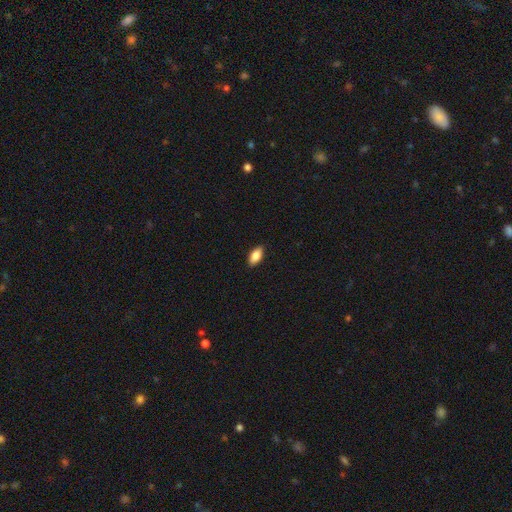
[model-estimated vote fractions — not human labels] This is clearly a smooth galaxy (84%). How rounded: clearly in between (90%). Merging: clearly none (89%).